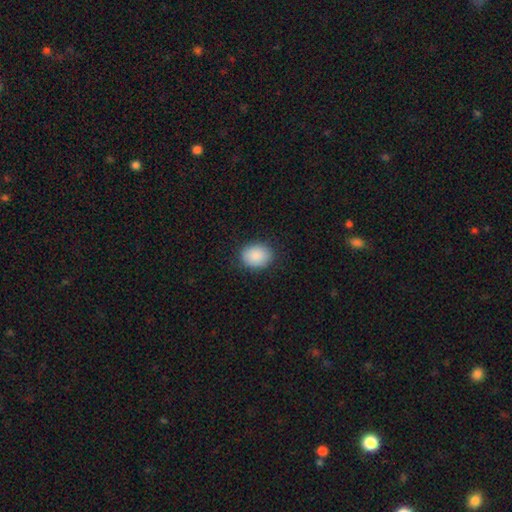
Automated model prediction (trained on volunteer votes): Q: Smooth or featured?
A: smooth (89%); runner-up: star or artifact (7%)
Q: How rounded?
A: in between (54%); runner-up: round (45%)
Q: Merging?
A: none (87%); runner-up: minor disturbance (10%)